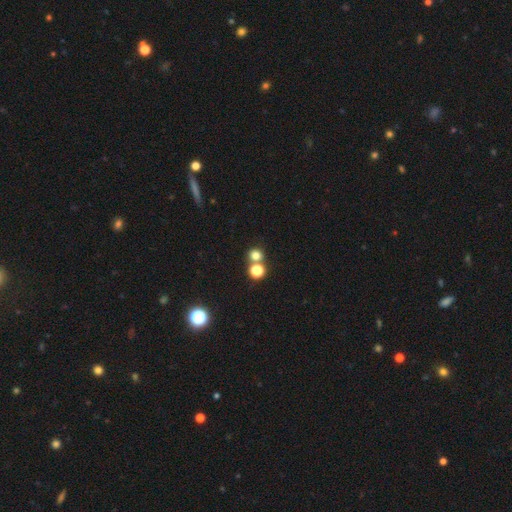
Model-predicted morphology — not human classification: smooth-or-featured: smooth: 75% | star or artifact: 18% | featured or disk: 7%
  how-rounded: round: 86% | in between: 13% | cigar-shaped: 1%
  merging: none: 60% | merger: 31% | minor disturbance: 7% | major disturbance: 3%